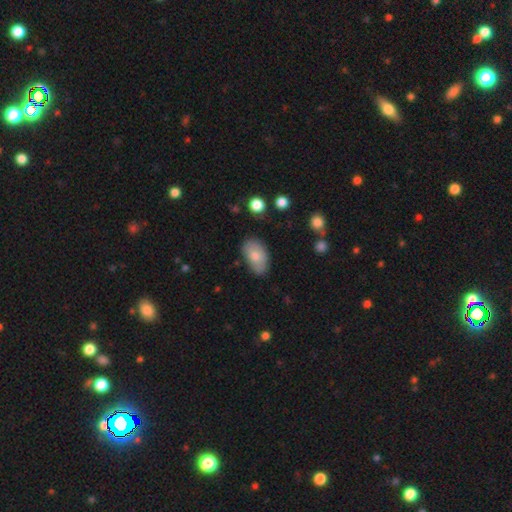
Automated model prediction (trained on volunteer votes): A smooth galaxy with no disk features (78%) that is in between round and cigar-shaped (93%). Merging: none (74%).